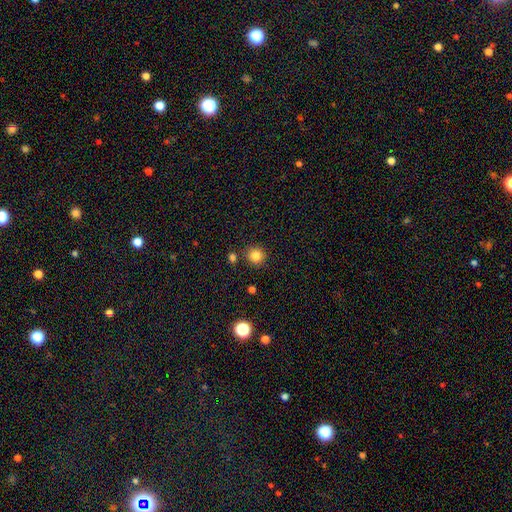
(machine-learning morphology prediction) type=smooth (83%); roundness=round (91%); merging=none (84%).